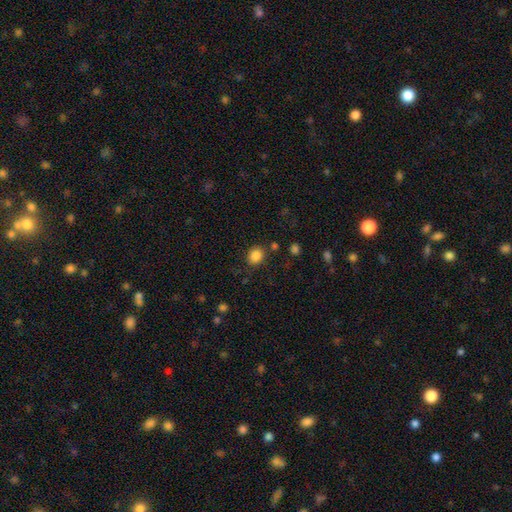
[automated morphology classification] A smooth galaxy with no disk features (86%) that is round (68%). Merging: none (80%).